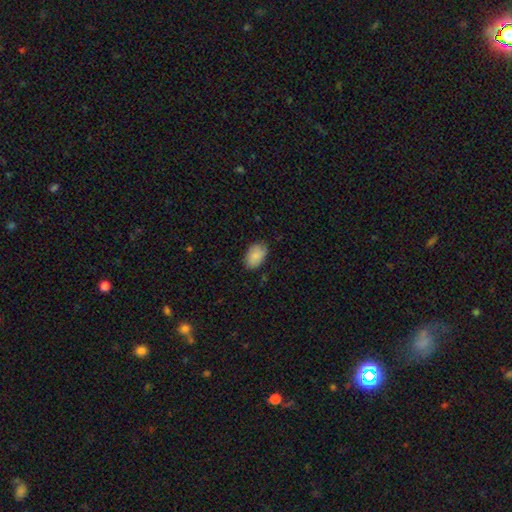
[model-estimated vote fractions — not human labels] smooth_or_featured: smooth (p=0.87) [alt: featured or disk p=0.07]
how_rounded: in between (p=0.91) [alt: round p=0.08]
merging: none (p=0.80) [alt: minor disturbance p=0.16]